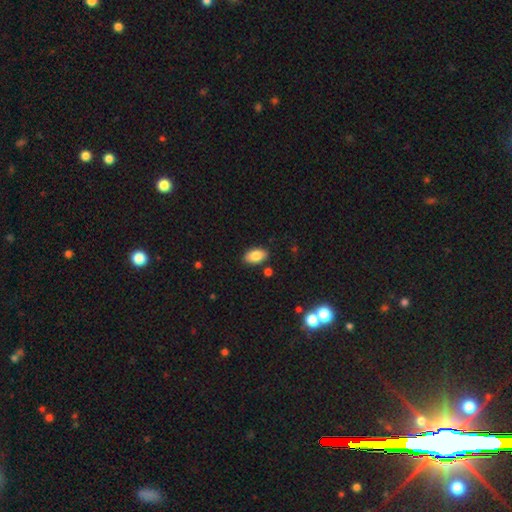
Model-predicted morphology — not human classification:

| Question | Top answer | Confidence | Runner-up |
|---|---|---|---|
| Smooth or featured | smooth | 84% | featured or disk (8%) |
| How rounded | in between | 93% | round (5%) |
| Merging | none | 86% | minor disturbance (9%) |